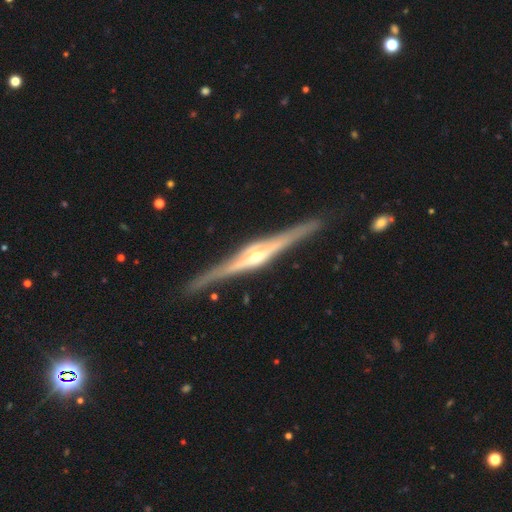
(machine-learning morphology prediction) Smooth or featured?
  - featured or disk: 90% *
  - smooth: 6%
  - star or artifact: 5%
Edge-on disk?
  - yes: 98% *
  - no: 2%
Edge-on bulge?
  - rounded: 67% *
  - boxy: 26%
  - none: 6%
Merging?
  - none: 90% *
  - minor disturbance: 7%
  - major disturbance: 2%
  - merger: 1%